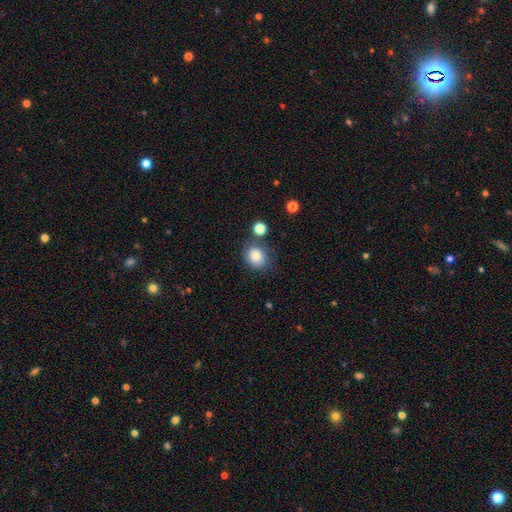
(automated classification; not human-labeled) Smooth or featured?
  - smooth: 80% *
  - featured or disk: 10%
  - star or artifact: 10%
How rounded?
  - round: 62% *
  - in between: 37%
  - cigar-shaped: 1%
Merging?
  - none: 70% *
  - minor disturbance: 16%
  - merger: 9%
  - major disturbance: 5%